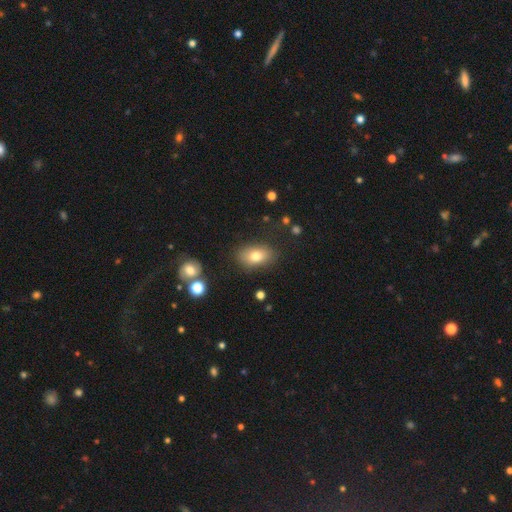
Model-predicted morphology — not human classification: Overall: smooth (77%). How rounded: in between (85%). Merging: none (82%).